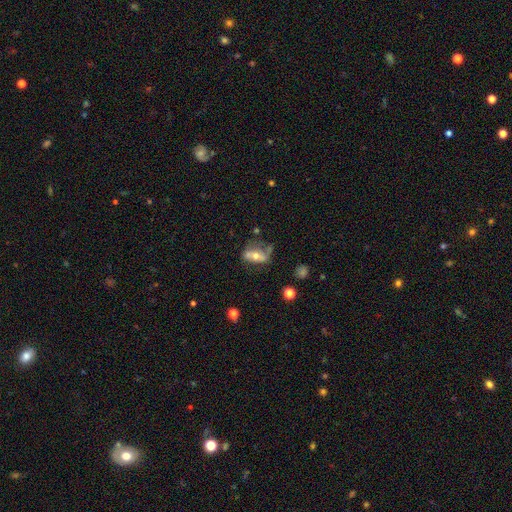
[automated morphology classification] This appears to be a featured or disk galaxy (51%). Merging: none (34%).